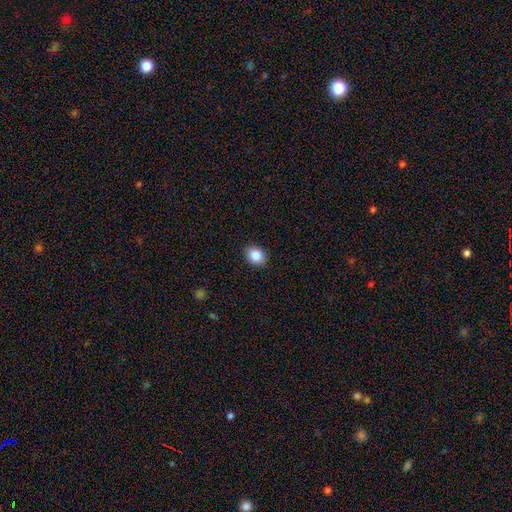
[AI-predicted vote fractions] Q: Smooth or featured?
A: smooth (85%); runner-up: star or artifact (10%)
Q: How rounded?
A: round (54%); runner-up: in between (46%)
Q: Merging?
A: none (90%); runner-up: minor disturbance (8%)